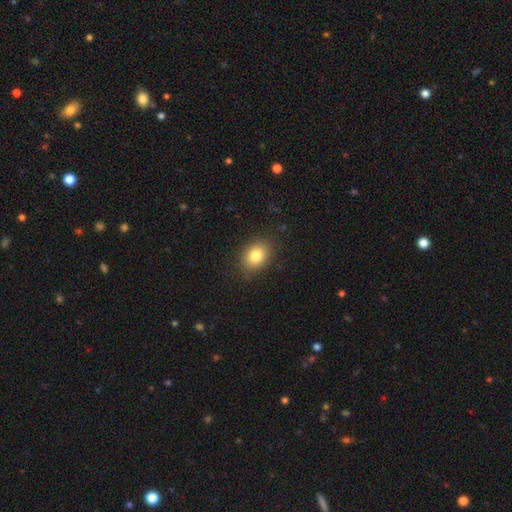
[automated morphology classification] Smooth or featured? Predicted: smooth (p=0.83). How rounded? Predicted: in between (p=0.72). Merging? Predicted: none (p=0.86).